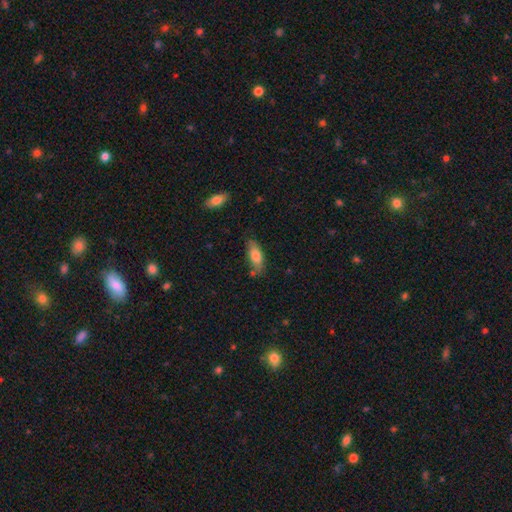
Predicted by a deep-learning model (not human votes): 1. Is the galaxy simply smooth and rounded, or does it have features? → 76% smooth, 17% featured or disk, 7% star or artifact.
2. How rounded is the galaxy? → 71% in between, 27% cigar-shaped, 2% round.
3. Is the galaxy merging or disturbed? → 69% none, 21% minor disturbance, 6% merger, 4% major disturbance.